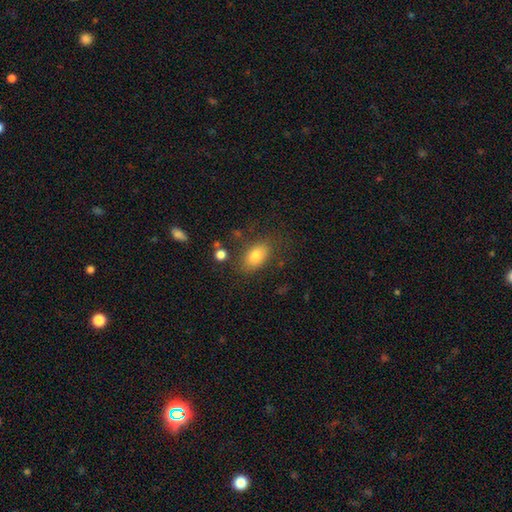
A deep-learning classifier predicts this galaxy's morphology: This appears to be a smooth galaxy with no disk features (79%) that is in between round and cigar-shaped (88%). Merging: none (76%).